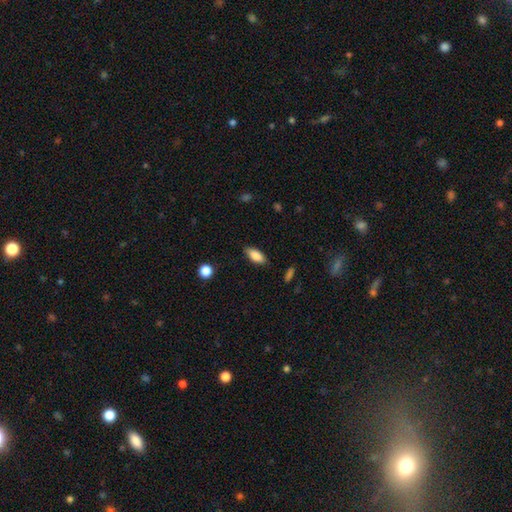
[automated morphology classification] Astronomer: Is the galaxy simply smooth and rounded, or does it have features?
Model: smooth — 85%.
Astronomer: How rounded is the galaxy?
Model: in between — 85%.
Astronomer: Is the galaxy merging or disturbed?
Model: none — 84%.